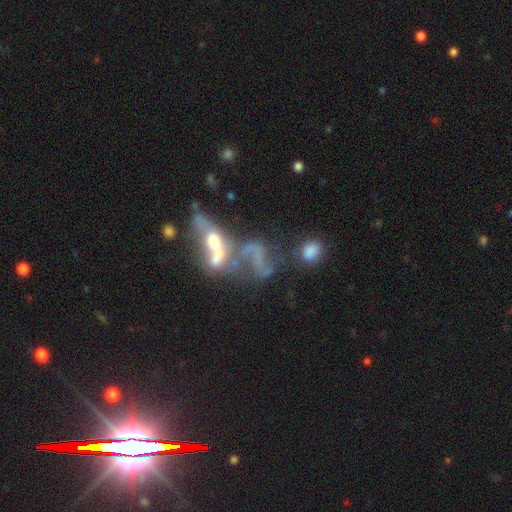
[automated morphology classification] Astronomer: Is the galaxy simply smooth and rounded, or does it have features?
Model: featured or disk — 57%.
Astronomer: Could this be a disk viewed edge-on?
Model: no — 91%.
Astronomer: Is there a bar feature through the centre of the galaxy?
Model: no — 76%.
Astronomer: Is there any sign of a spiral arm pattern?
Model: no — 76%.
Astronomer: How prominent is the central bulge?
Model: none — 44% (runner-up: moderate, 26%).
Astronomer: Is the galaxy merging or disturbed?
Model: merger — 57%.